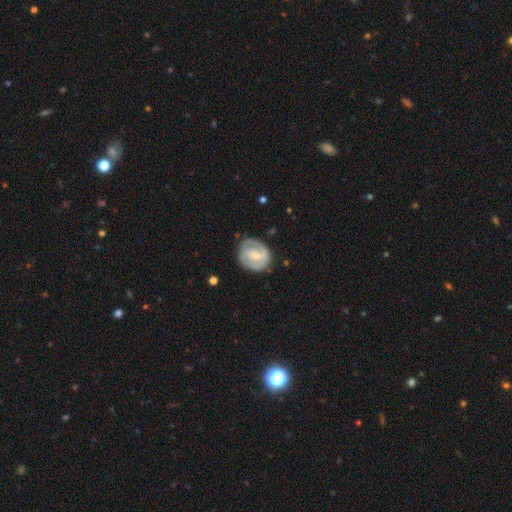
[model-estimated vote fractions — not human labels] Smooth or featured: featured or disk — 64% (smooth — 31%)
Edge-on disk: no — 97% (yes — 3%)
Bar: weak — 50% (no — 29%)
Spiral arms: yes — 76% (no — 24%)
Bulge size: small — 55% (moderate — 33%)
Merging: none — 70% (minor disturbance — 20%)